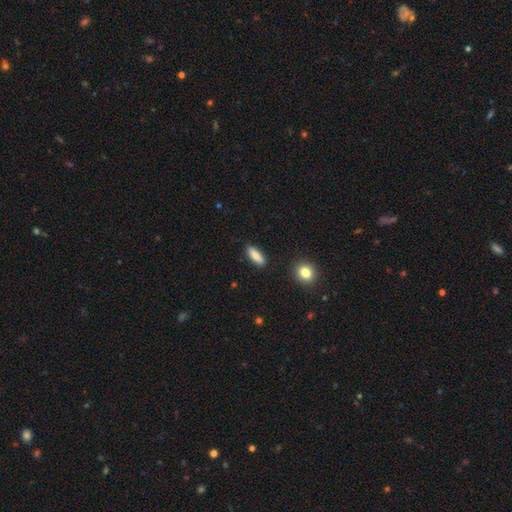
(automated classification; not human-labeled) A smooth galaxy with no disk features (76%) that is in between round and cigar-shaped (52%). Merging: none (87%).